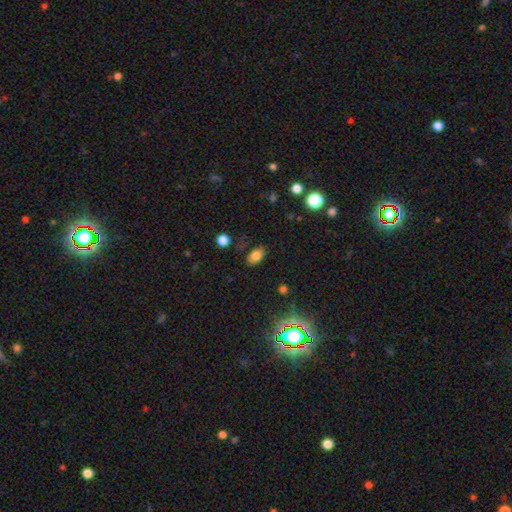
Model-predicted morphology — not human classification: A smooth galaxy with no disk features (79%) that is in between round and cigar-shaped (89%).

Vote fractions:
- Smooth or featured? smooth: 79% / star or artifact: 13% / featured or disk: 8%
- How rounded? in between: 89% / round: 8% / cigar-shaped: 3%
- Merging? none: 81% / minor disturbance: 13% / major disturbance: 4% / merger: 2%